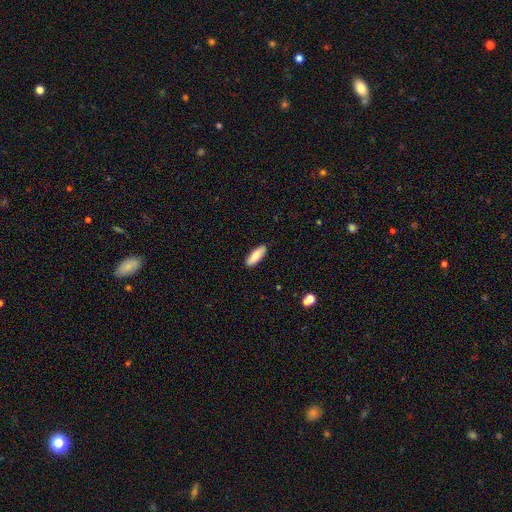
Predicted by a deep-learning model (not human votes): Smooth or featured?
  - smooth: 83% *
  - featured or disk: 11%
  - star or artifact: 6%
How rounded?
  - in between: 65% *
  - cigar-shaped: 33%
  - round: 2%
Merging?
  - none: 89% *
  - minor disturbance: 8%
  - major disturbance: 2%
  - merger: 1%